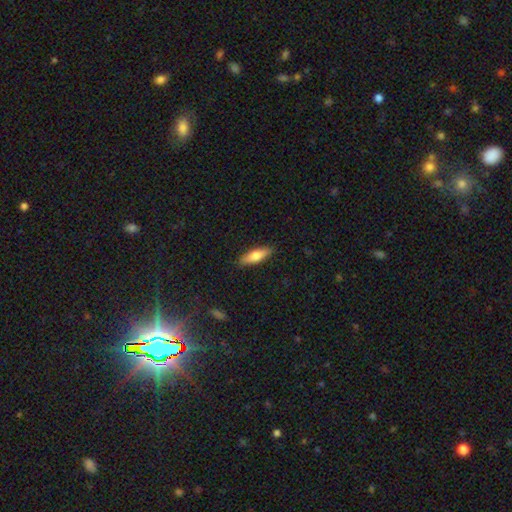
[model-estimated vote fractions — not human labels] A smooth galaxy with no disk features (70%) that is cigar-shaped (52%).

Vote fractions:
- Smooth or featured? smooth: 70% / featured or disk: 24% / star or artifact: 6%
- How rounded? cigar-shaped: 52% / in between: 46% / round: 2%
- Merging? none: 88% / minor disturbance: 9% / major disturbance: 2% / merger: 1%